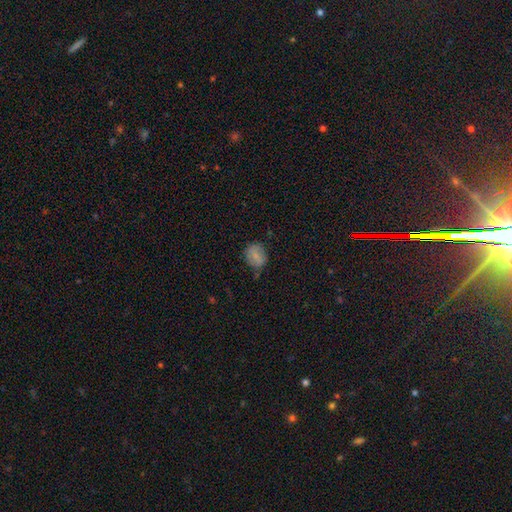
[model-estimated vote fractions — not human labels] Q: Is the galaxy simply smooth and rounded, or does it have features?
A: smooth — 75%.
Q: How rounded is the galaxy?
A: round — 54%.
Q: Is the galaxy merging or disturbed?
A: none — 63%.